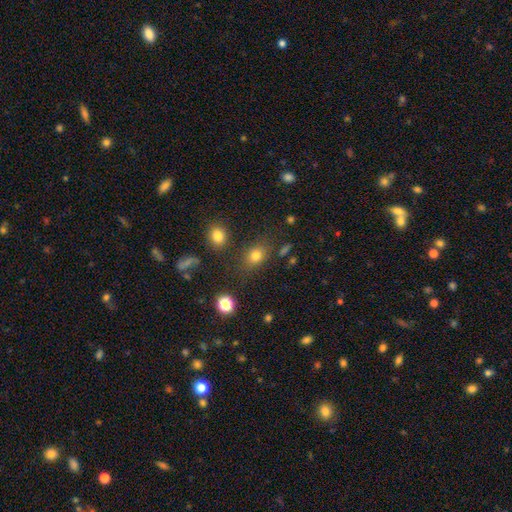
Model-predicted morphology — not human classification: The model was most divided on "how rounded": in between: 54%, round: 44%, cigar-shaped: 2%. More confident: smooth or featured — smooth (76%); merging — none (75%).